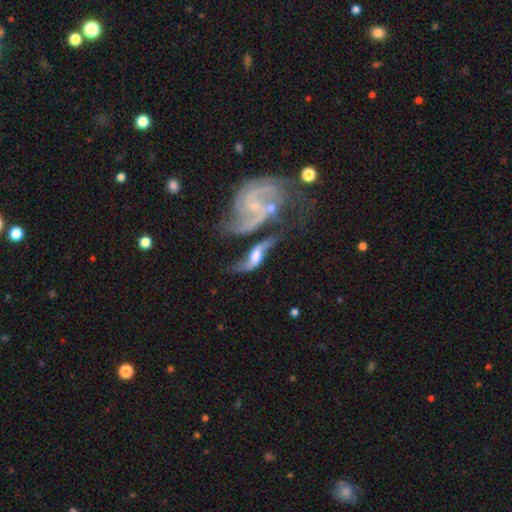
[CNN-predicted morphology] type=featured or disk (80%); edge-on=no (88%); bar=no (46%); spiral arms=yes (92%); winding=loose (77%); arm count=2 (89%); bulge=moderate (42%); merging=none (33%).